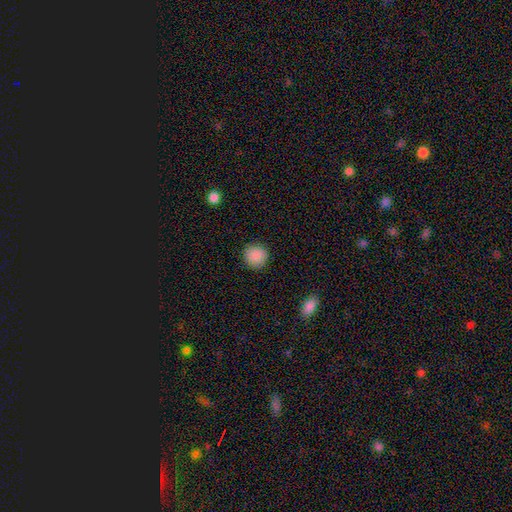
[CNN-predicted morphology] A smooth galaxy with no disk features (89%) that is round (93%). Merging: none (91%).